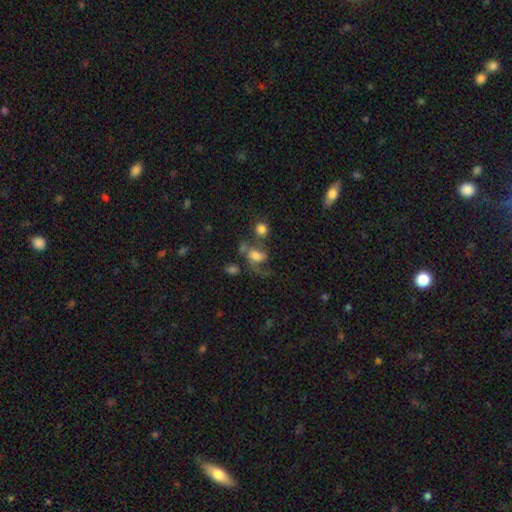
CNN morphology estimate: Smooth or featured: smooth — 46% (featured or disk — 41%)
Merging: major disturbance — 35% (none — 27%)